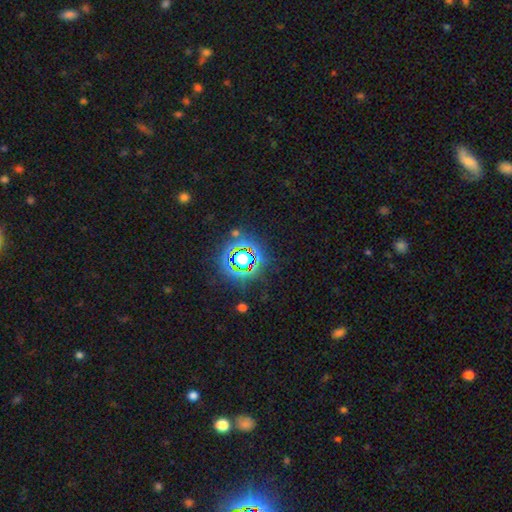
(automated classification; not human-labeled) This is clearly a star or artifact rather than a galaxy (80%).